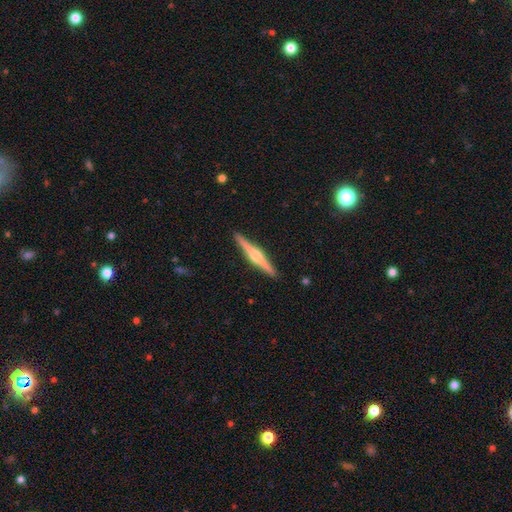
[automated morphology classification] Smooth or featured: featured or disk — 78% (smooth — 17%)
Edge-on disk: yes — 98% (no — 2%)
Edge-on bulge: rounded — 90% (boxy — 6%)
Merging: none — 92% (minor disturbance — 6%)